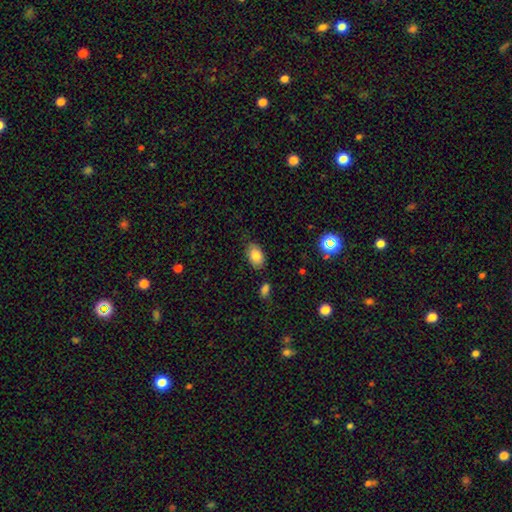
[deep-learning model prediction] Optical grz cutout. It shows a smooth galaxy with no disk features (83%) that is in between round and cigar-shaped (90%). Merging: none (80%).